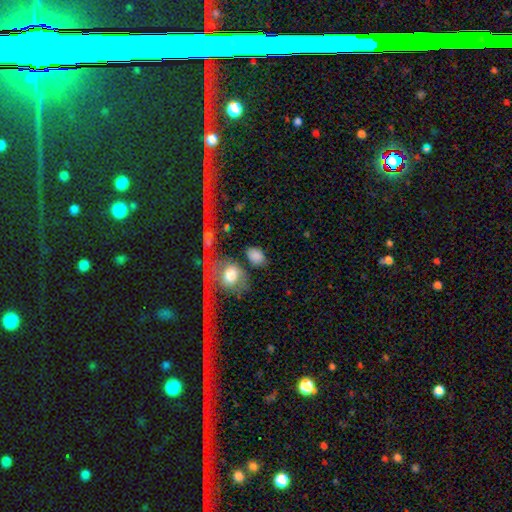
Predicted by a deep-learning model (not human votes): smooth-or-featured: smooth: 79% | featured or disk: 13% | star or artifact: 8%
  how-rounded: in between: 76% | round: 22% | cigar-shaped: 2%
  merging: none: 52% | merger: 18% | minor disturbance: 16% | major disturbance: 14%